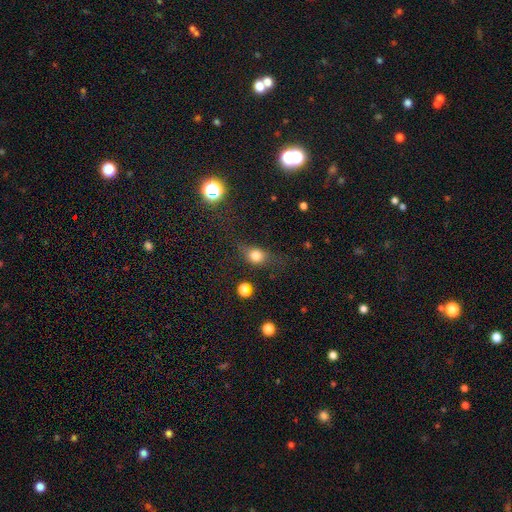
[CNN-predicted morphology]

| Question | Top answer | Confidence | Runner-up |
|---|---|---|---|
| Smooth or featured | smooth | 71% | star or artifact (15%) |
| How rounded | round | 52% | in between (44%) |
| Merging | none | 59% | minor disturbance (24%) |